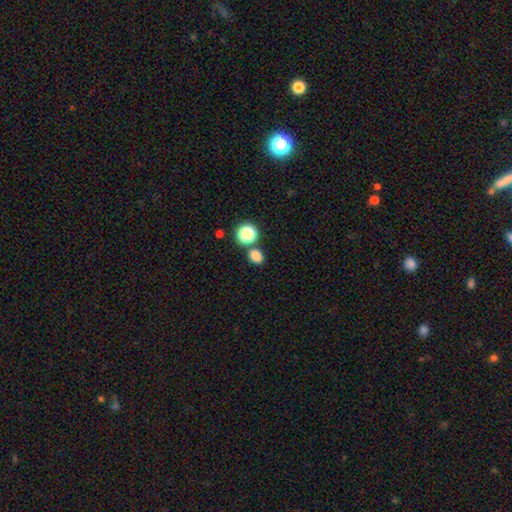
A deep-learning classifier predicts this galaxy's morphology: This appears to be a smooth galaxy with no disk features (80%) that is round (50%). Merging: none (71%).